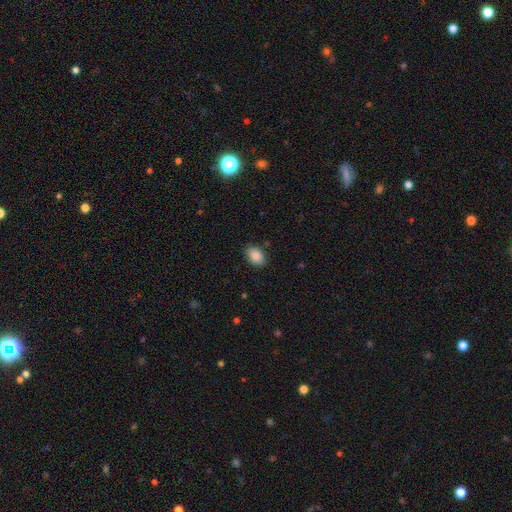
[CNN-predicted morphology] smooth_or_featured: smooth (p=0.89) [alt: star or artifact p=0.07]
how_rounded: in between (p=0.82) [alt: round p=0.17]
merging: none (p=0.85) [alt: minor disturbance p=0.11]